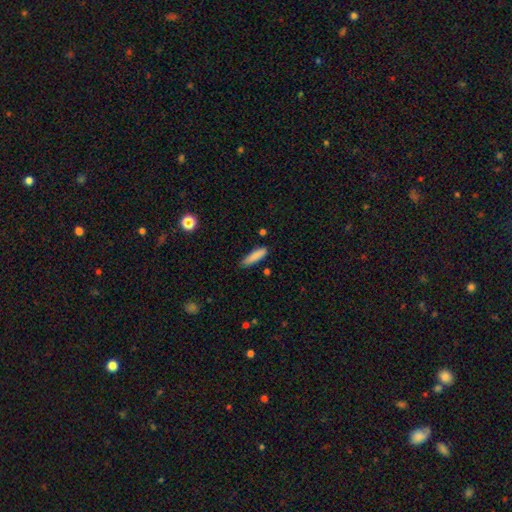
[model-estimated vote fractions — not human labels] Q: Smooth or featured?
A: smooth (86%); runner-up: featured or disk (7%)
Q: How rounded?
A: cigar-shaped (72%); runner-up: in between (27%)
Q: Merging?
A: none (83%); runner-up: minor disturbance (13%)